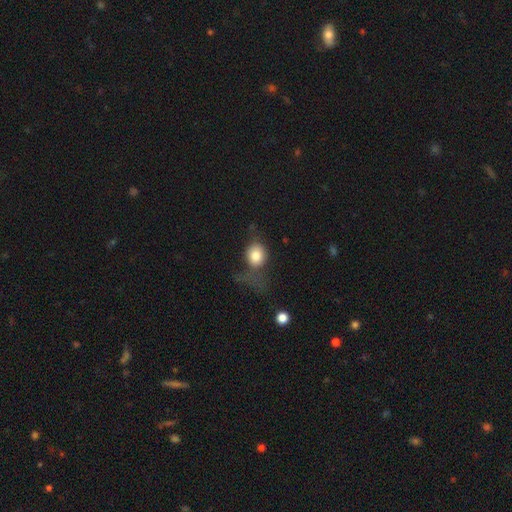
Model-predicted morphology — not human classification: smooth 78%, featured or disk 13%, star or artifact 9%. Down the decision tree: how rounded — round (70%); merging — major disturbance (36%).